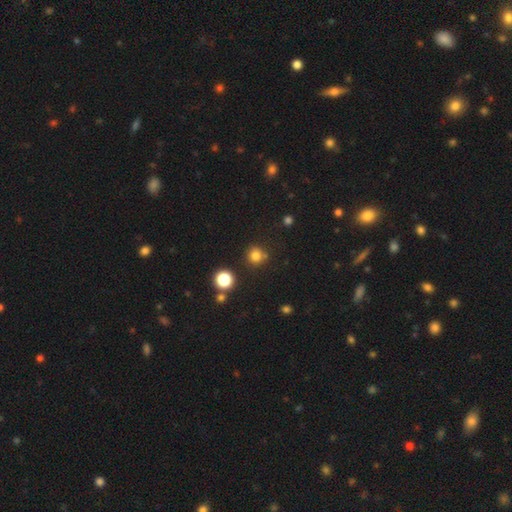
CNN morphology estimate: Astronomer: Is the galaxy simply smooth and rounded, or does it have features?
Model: smooth — 79%.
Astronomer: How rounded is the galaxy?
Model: round — 90%.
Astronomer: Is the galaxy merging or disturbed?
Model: none — 76%.